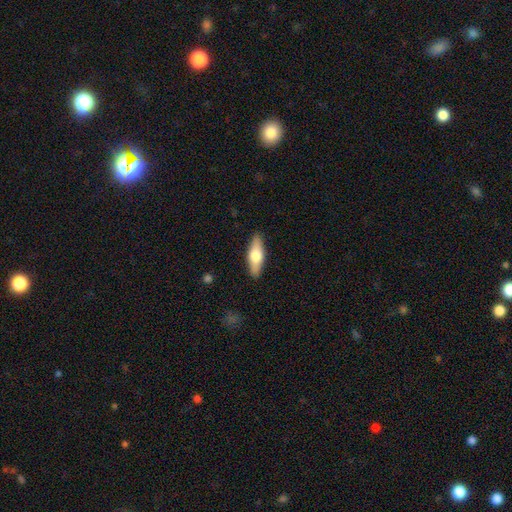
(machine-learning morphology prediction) Smooth or featured: smooth — 57% (featured or disk — 38%)
How rounded: in between — 54% (cigar-shaped — 44%)
Merging: none — 89% (minor disturbance — 8%)